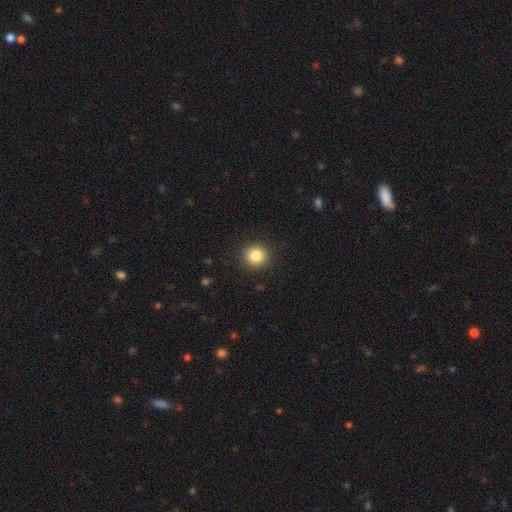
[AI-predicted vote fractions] This appears to be a smooth galaxy with no disk features (85%) that is round (92%). Merging: none (92%).